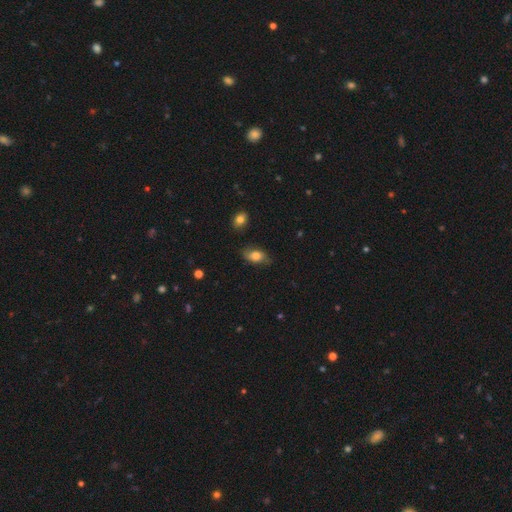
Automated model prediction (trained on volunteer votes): This is likely a smooth galaxy (68%). How rounded: clearly in between (86%). Merging: likely none (71%).